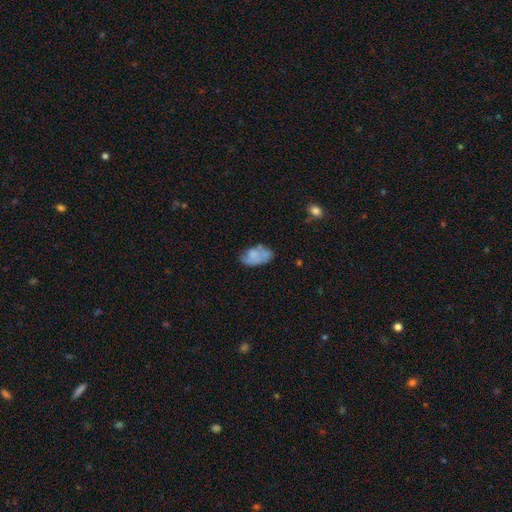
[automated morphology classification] This is possibly a smooth galaxy (59%). How rounded: clearly in between (92%). Merging: possibly none (48%).